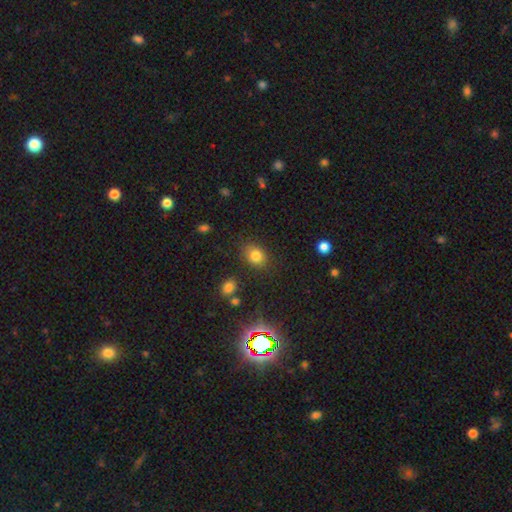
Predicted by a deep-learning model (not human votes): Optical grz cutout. It shows a smooth galaxy with no disk features (79%) that is round (50%). Merging: none (82%).